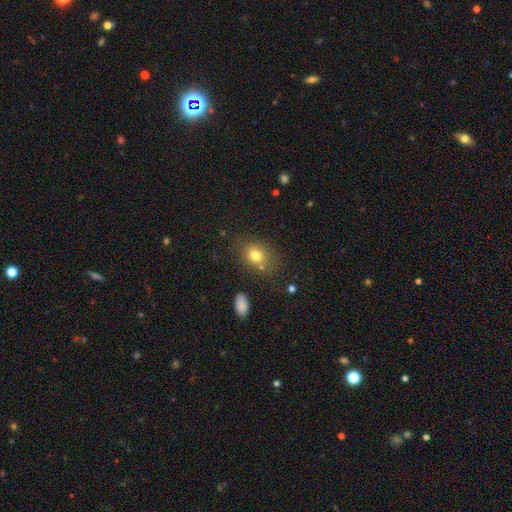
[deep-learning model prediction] Smooth or featured?
  - smooth: 77% *
  - star or artifact: 12%
  - featured or disk: 11%
How rounded?
  - in between: 57% *
  - round: 41%
  - cigar-shaped: 1%
Merging?
  - none: 72% *
  - minor disturbance: 15%
  - merger: 8%
  - major disturbance: 5%